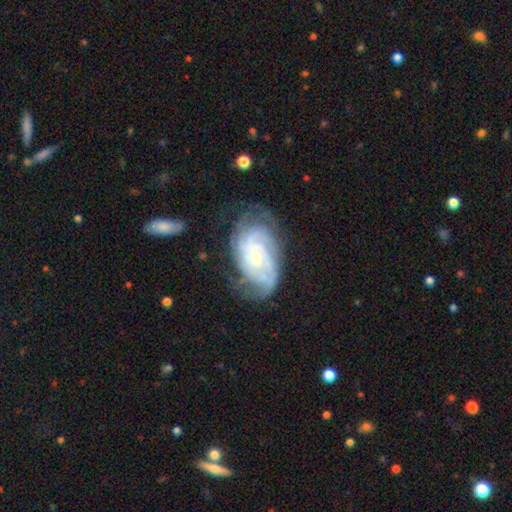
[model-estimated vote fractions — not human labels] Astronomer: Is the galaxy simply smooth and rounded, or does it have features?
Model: featured or disk — 85%.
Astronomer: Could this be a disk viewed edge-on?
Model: no — 96%.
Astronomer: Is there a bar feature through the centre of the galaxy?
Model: no — 68%.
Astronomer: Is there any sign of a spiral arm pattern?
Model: yes — 96%.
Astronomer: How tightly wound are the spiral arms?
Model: tight — 68%.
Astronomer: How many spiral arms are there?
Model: can't tell — 32% (runner-up: 3, 21%).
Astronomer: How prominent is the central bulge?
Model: small — 73%.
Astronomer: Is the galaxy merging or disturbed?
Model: none — 63%.